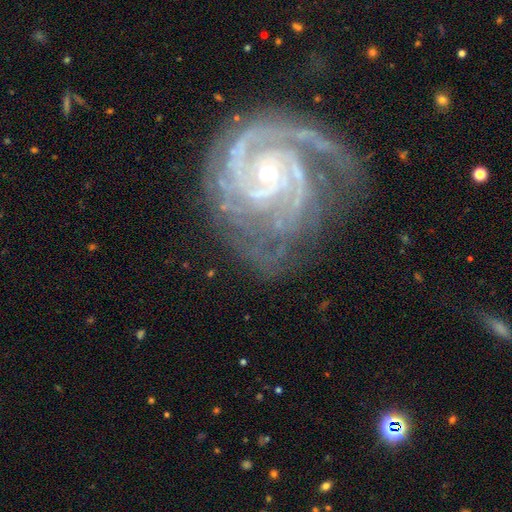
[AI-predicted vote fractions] Q: Smooth or featured?
A: featured or disk (91%); runner-up: star or artifact (6%)
Q: Edge-on disk?
A: no (98%); runner-up: yes (2%)
Q: Bar?
A: no (64%); runner-up: weak (25%)
Q: Spiral arms?
A: yes (98%); runner-up: no (2%)
Q: Spiral winding?
A: tight (70%); runner-up: medium (26%)
Q: Spiral arm count?
A: 2 (38%); runner-up: 3 (26%)
Q: Bulge size?
A: small (71%); runner-up: moderate (25%)
Q: Merging?
A: none (61%); runner-up: minor disturbance (22%)